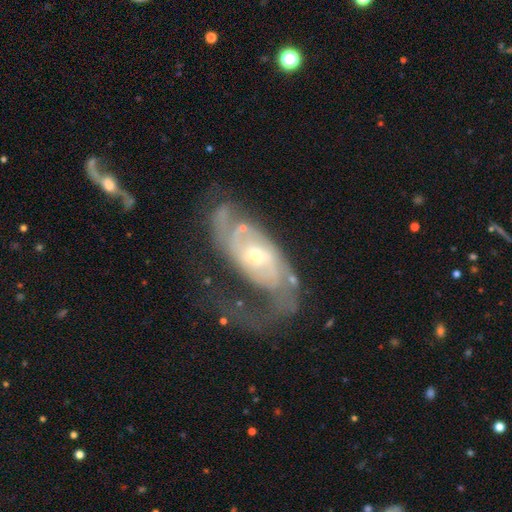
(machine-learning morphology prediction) featured or disk 83%, smooth 11%, star or artifact 6%. Down the decision tree: edge-on disk — no (93%); bar — no (57%); spiral arms — yes (91%); spiral arm count — 2 (52%); spiral winding — medium (42%); bulge size — small (49%); merging — none (42%).